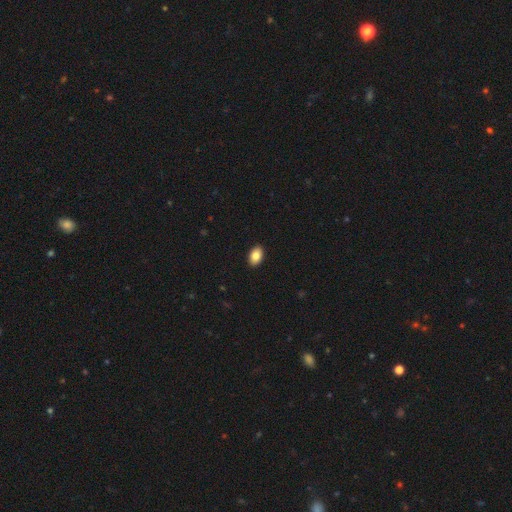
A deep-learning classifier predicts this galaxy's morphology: type=smooth (86%); roundness=in between (87%); merging=none (91%).